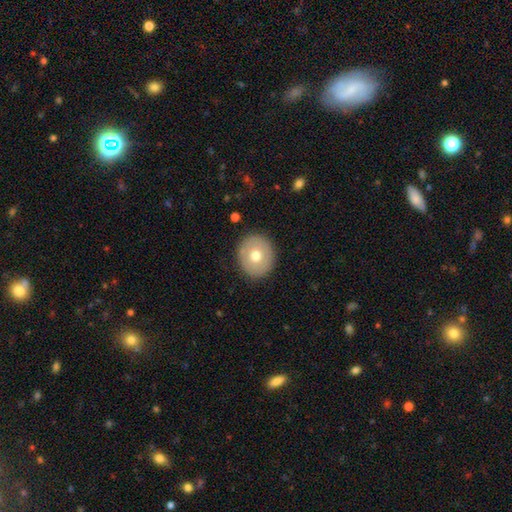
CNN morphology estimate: smooth_or_featured: smooth (p=0.68) [alt: featured or disk p=0.25]
how_rounded: round (p=0.76) [alt: in between p=0.23]
merging: none (p=0.89) [alt: minor disturbance p=0.08]